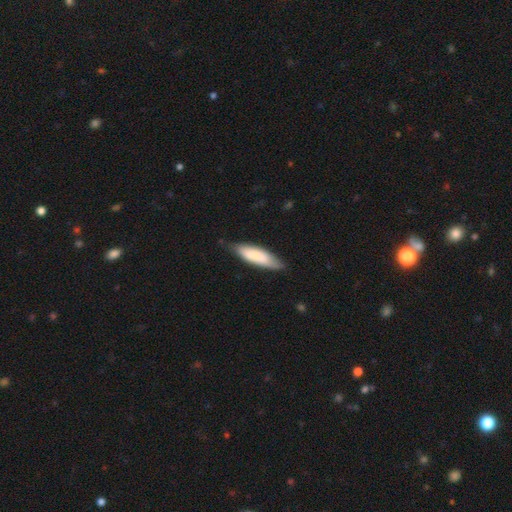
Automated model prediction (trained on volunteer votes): Smooth or featured: smooth — 80% (featured or disk — 15%)
How rounded: cigar-shaped — 54% (in between — 44%)
Merging: none — 73% (minor disturbance — 22%)